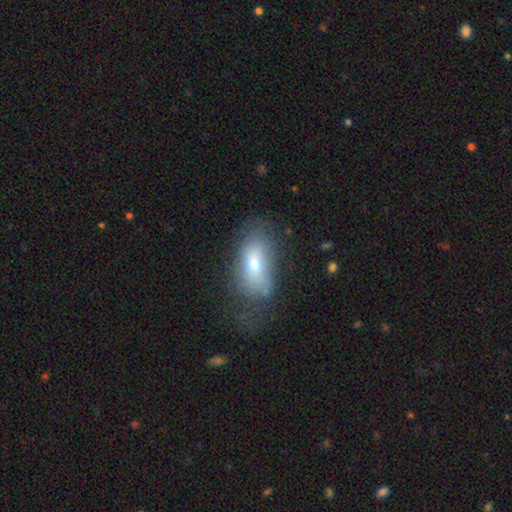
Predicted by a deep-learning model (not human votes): smooth-or-featured: smooth: 69% | featured or disk: 22% | star or artifact: 9%
  how-rounded: in between: 89% | cigar-shaped: 7% | round: 4%
  merging: none: 46% | minor disturbance: 29% | major disturbance: 22% | merger: 3%